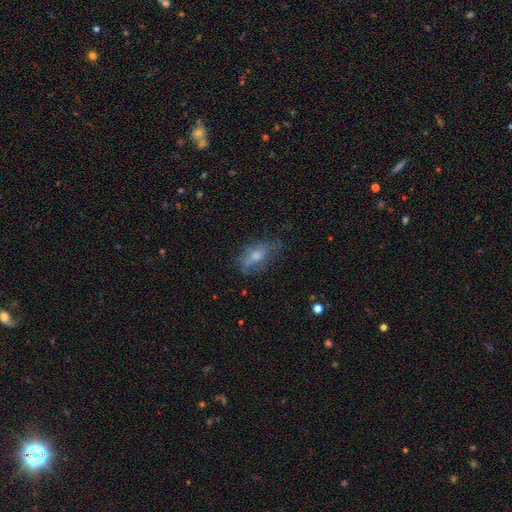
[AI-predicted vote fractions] smooth 56%, featured or disk 34%, star or artifact 10%. Down the decision tree: how rounded — in between (80%); merging — none (60%).